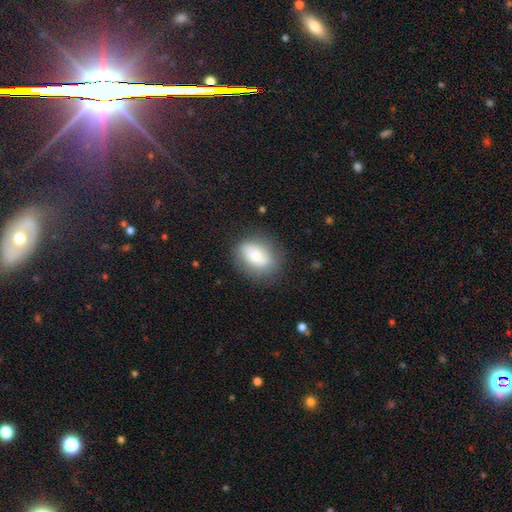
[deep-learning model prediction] smooth 68%, featured or disk 24%, star or artifact 8%. Down the decision tree: how rounded — in between (70%); merging — none (75%).